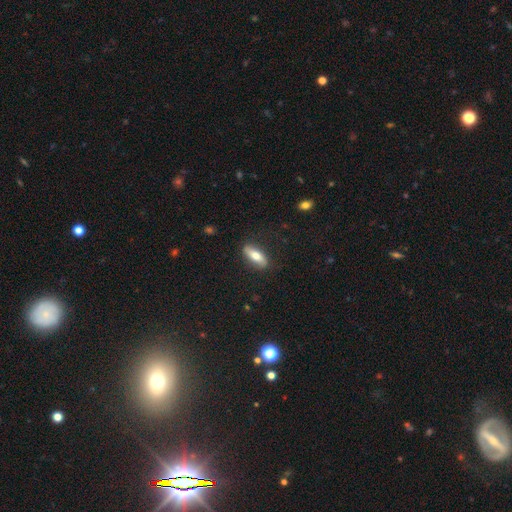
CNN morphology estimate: Smooth or featured?
  - smooth: 68% *
  - featured or disk: 26%
  - star or artifact: 6%
How rounded?
  - in between: 69% *
  - cigar-shaped: 28%
  - round: 3%
Merging?
  - none: 83% *
  - minor disturbance: 12%
  - major disturbance: 3%
  - merger: 1%